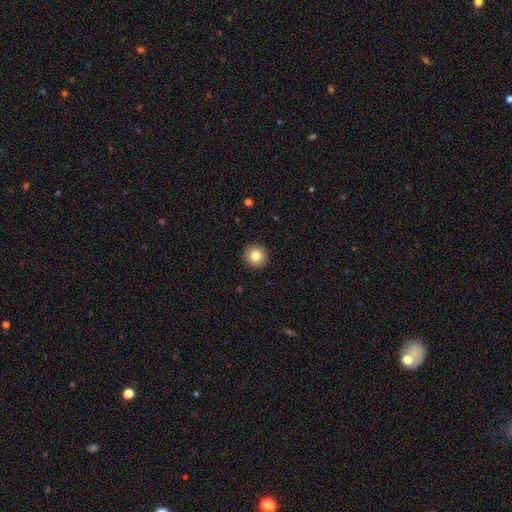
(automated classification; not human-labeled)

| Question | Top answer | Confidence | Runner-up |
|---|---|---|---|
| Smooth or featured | smooth | 82% | star or artifact (10%) |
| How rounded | round | 95% | in between (4%) |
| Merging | none | 93% | minor disturbance (4%) |